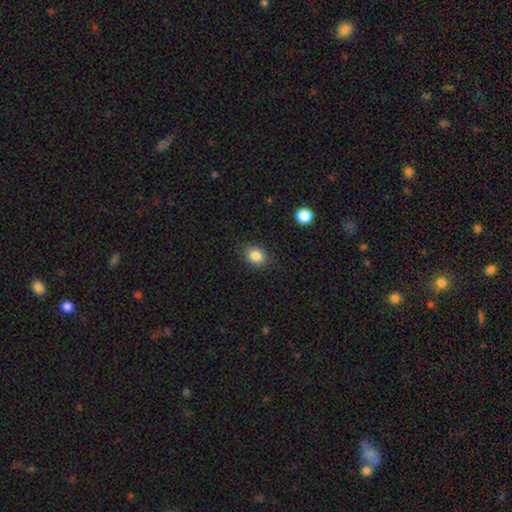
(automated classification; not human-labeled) Morphology: type=smooth (85%); roundness=round (58%); merging=none (86%).